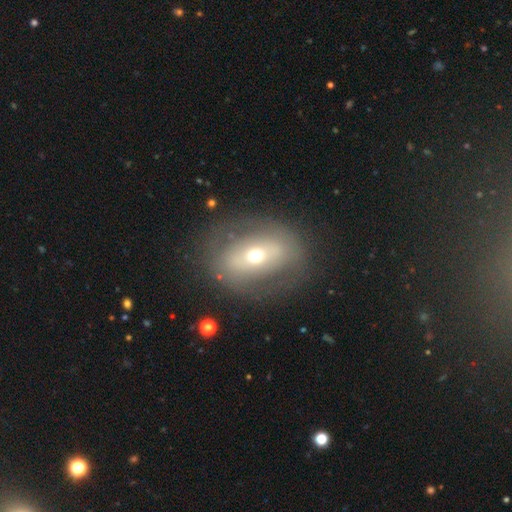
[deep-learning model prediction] Smooth or featured?
  - featured or disk: 47% *
  - smooth: 43%
  - star or artifact: 10%
Merging?
  - none: 75% *
  - minor disturbance: 13%
  - major disturbance: 10%
  - merger: 1%